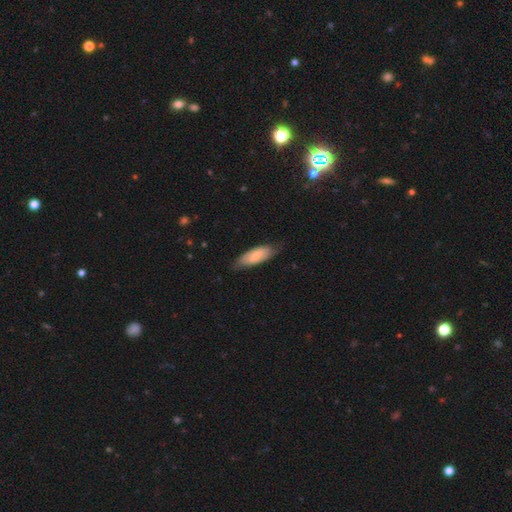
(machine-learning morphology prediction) This appears to be a smooth galaxy with no disk features (71%) that is in between round and cigar-shaped (74%). Merging: none (69%).